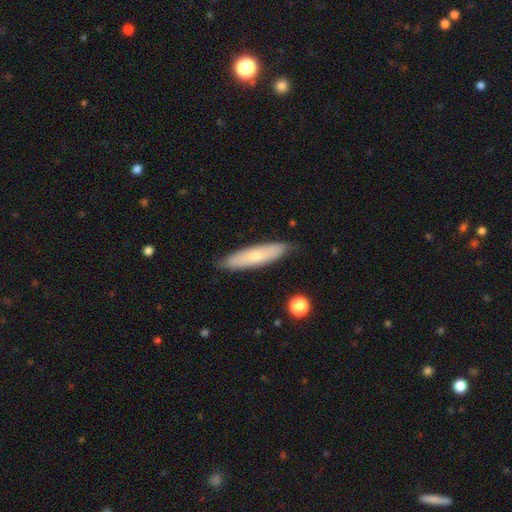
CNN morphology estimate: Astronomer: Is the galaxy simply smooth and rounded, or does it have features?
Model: smooth — 65%.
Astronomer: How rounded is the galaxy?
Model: cigar-shaped — 73%.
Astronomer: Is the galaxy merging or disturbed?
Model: none — 84%.